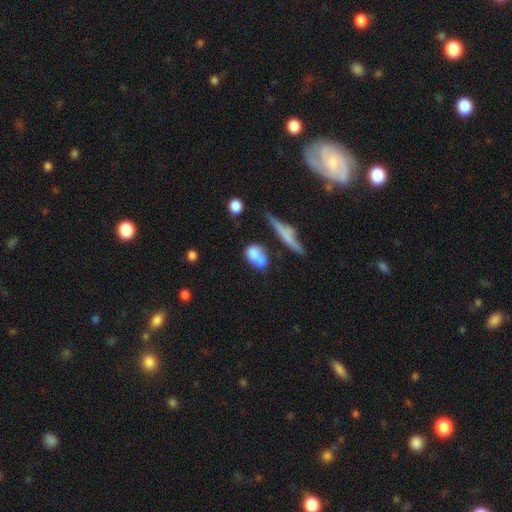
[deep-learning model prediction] Q: Smooth or featured?
A: smooth (70%); runner-up: featured or disk (21%)
Q: How rounded?
A: in between (69%); runner-up: round (23%)
Q: Merging?
A: merger (37%); runner-up: none (34%)